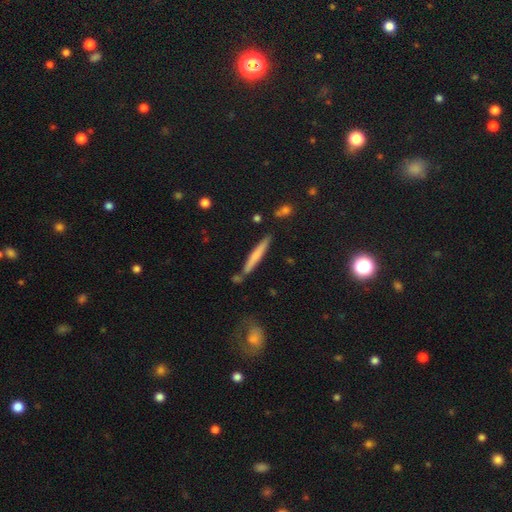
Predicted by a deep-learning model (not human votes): This is likely a smooth galaxy (61%). How rounded: clearly cigar-shaped (95%). Merging: clearly none (81%).